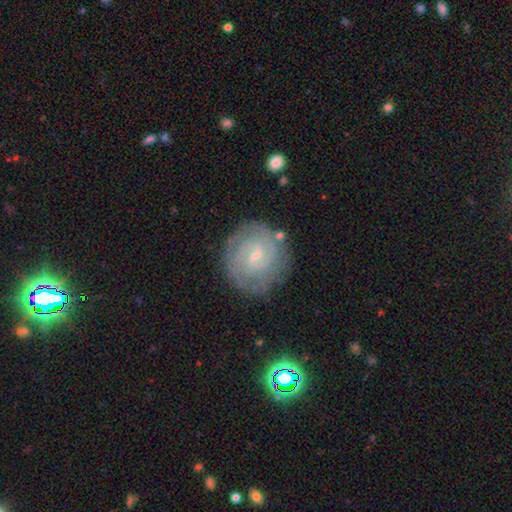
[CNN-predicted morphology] smooth_or_featured: featured or disk (p=0.82) [alt: smooth p=0.12]
disk_edge_on: no (p=0.98) [alt: yes p=0.02]
bar: weak (p=0.54) [alt: no p=0.34]
has_spiral_arms: yes (p=0.96) [alt: no p=0.04]
spiral_winding: tight (p=0.71) [alt: medium p=0.24]
spiral_arm_count: 2 (p=0.39) [alt: can't tell p=0.26]
bulge_size: small (p=0.77) [alt: moderate p=0.19]
merging: none (p=0.81) [alt: minor disturbance p=0.13]